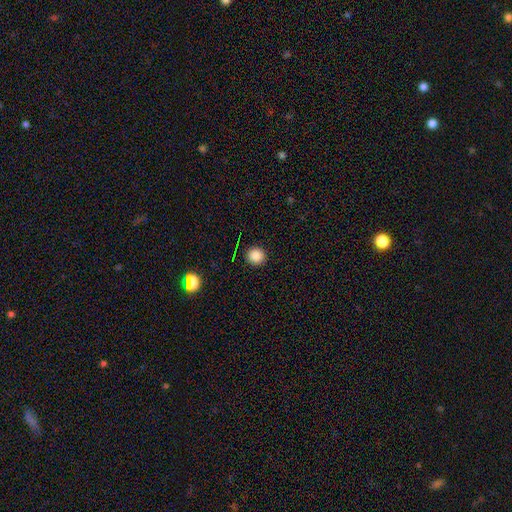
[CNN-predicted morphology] type=smooth (84%); roundness=round (94%); merging=none (92%).